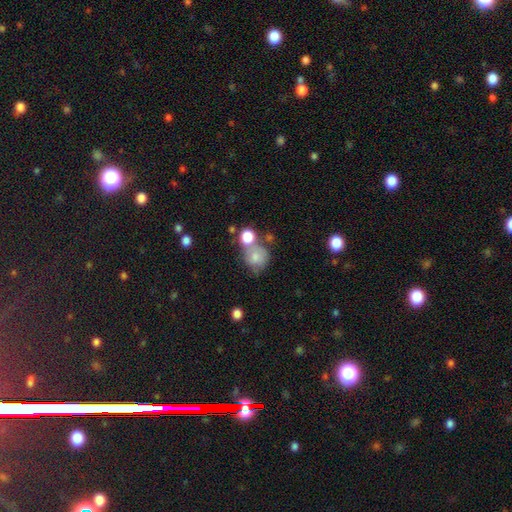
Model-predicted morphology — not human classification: smooth-or-featured: smooth: 73% | featured or disk: 17% | star or artifact: 10%
  how-rounded: round: 76% | in between: 23% | cigar-shaped: 1%
  merging: none: 41% | merger: 32% | minor disturbance: 18% | major disturbance: 9%